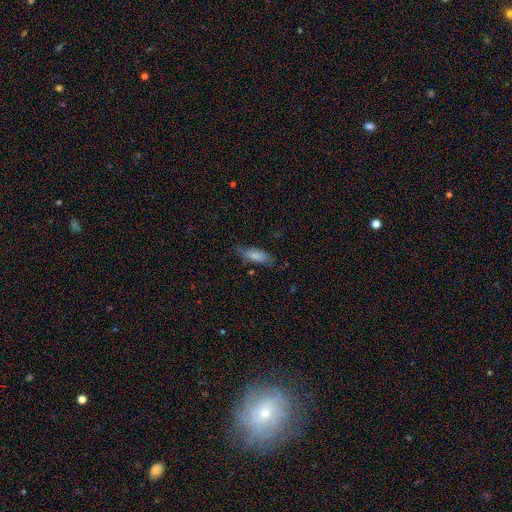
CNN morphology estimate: Q: Smooth or featured?
A: smooth (78%); runner-up: featured or disk (16%)
Q: How rounded?
A: in between (68%); runner-up: cigar-shaped (30%)
Q: Merging?
A: none (66%); runner-up: minor disturbance (25%)